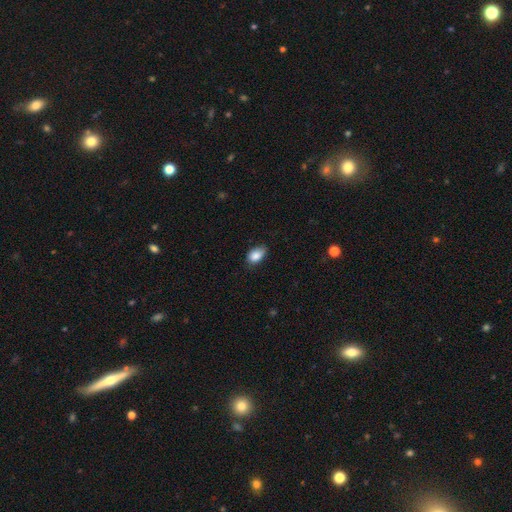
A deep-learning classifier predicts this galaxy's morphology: Smooth or featured: smooth — 87% (star or artifact — 7%)
How rounded: in between — 86% (round — 12%)
Merging: none — 67% (minor disturbance — 27%)